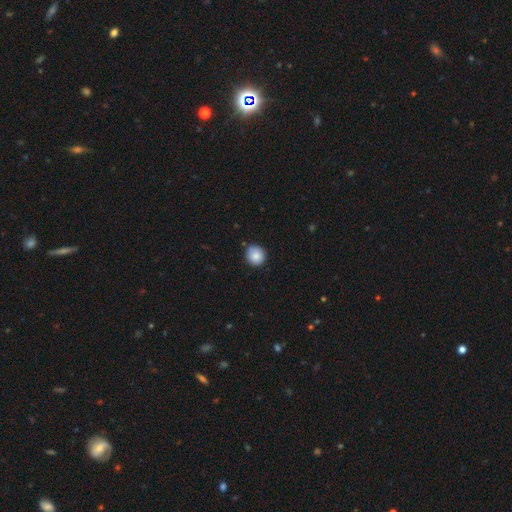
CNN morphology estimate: Smooth or featured? Predicted: smooth (p=0.85). How rounded? Predicted: round (p=0.92). Merging? Predicted: none (p=0.85).